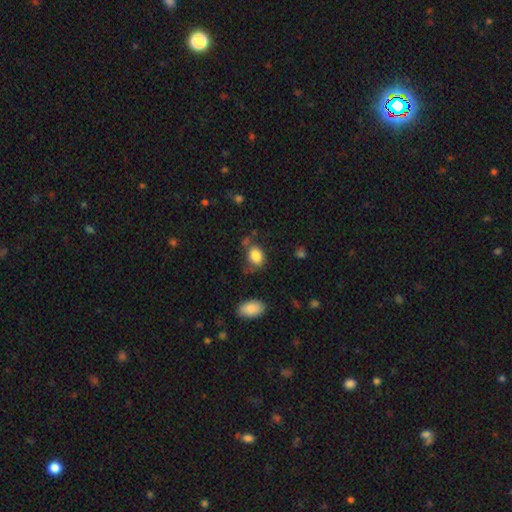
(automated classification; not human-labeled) smooth-or-featured: smooth: 85% | star or artifact: 9% | featured or disk: 7%
  how-rounded: in between: 57% | round: 42% | cigar-shaped: 1%
  merging: none: 54% | minor disturbance: 25% | major disturbance: 12% | merger: 9%